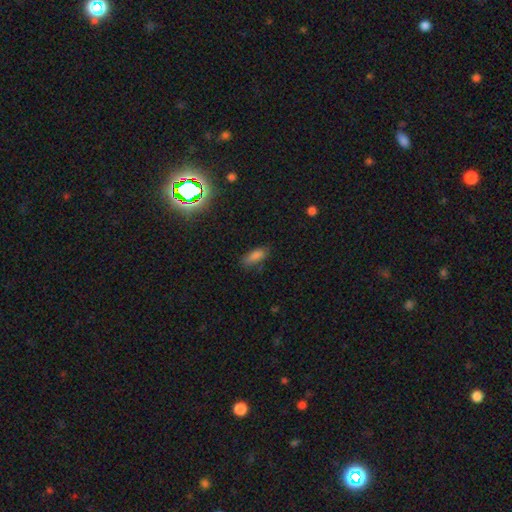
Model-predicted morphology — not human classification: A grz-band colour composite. It shows a smooth galaxy with no disk features (80%) that is in between round and cigar-shaped (78%). Merging: none (78%).